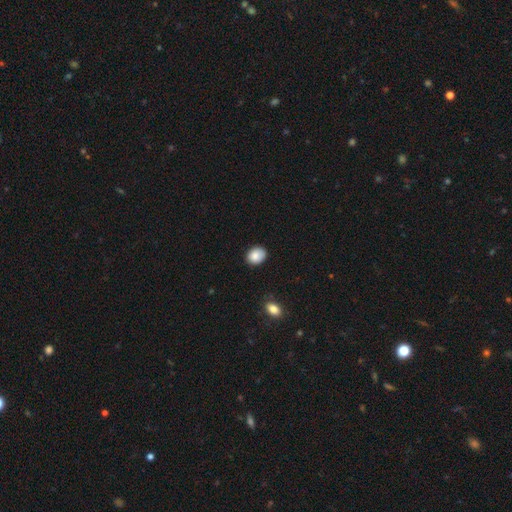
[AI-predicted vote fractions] This appears to be a smooth galaxy with no disk features (87%) that is in between round and cigar-shaped (54%). Merging: none (84%).